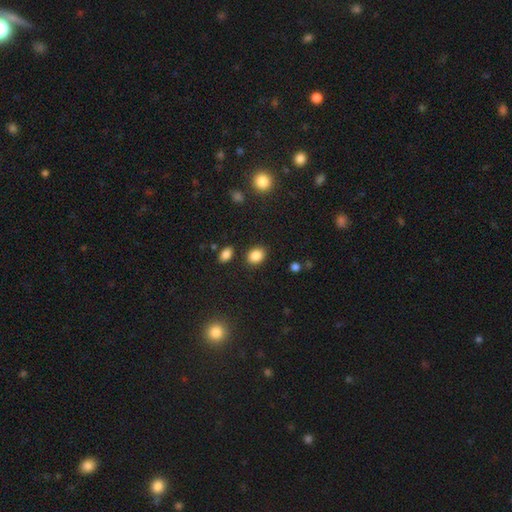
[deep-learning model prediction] Smooth or featured? Predicted: smooth (p=0.86). How rounded? Predicted: in between (p=0.60). Merging? Predicted: none (p=0.84).